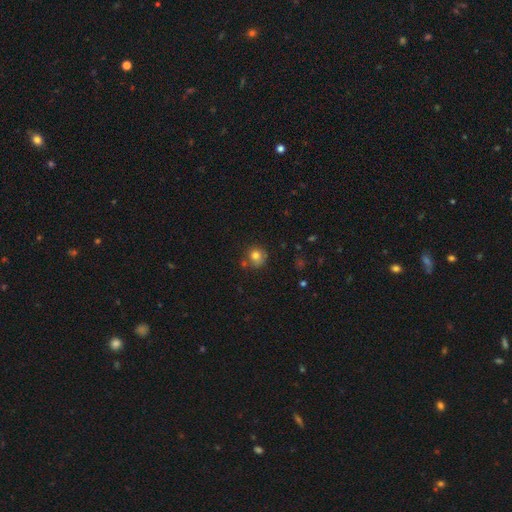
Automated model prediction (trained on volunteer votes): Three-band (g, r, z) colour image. It shows a smooth galaxy with no disk features (79%) that is round (87%). Merging: none (68%).